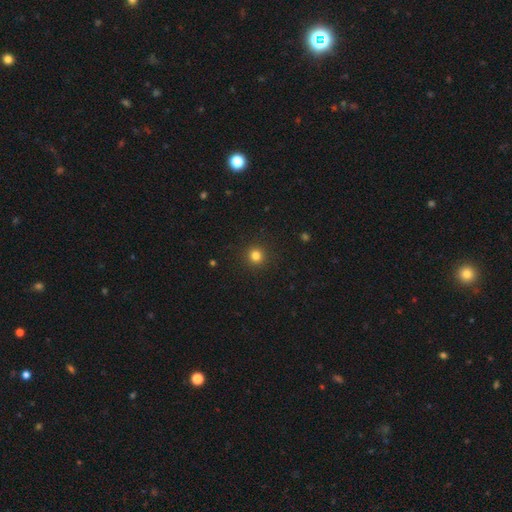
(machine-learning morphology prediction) Smooth or featured? Predicted: smooth (p=0.81). How rounded? Predicted: round (p=0.94). Merging? Predicted: none (p=0.92).